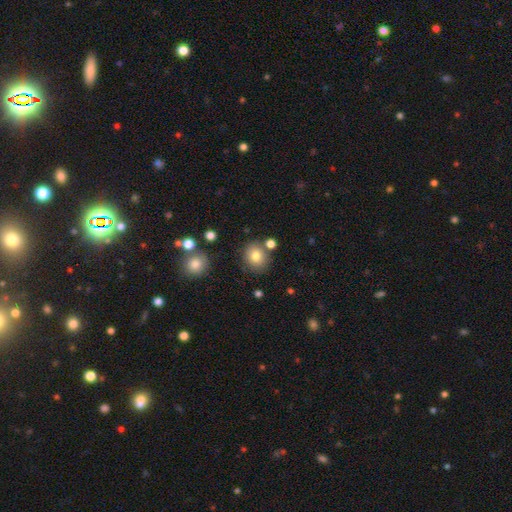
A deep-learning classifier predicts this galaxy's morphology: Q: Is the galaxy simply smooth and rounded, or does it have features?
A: smooth — 81%.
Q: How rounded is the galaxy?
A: round — 72%.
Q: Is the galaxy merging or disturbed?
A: none — 77%.